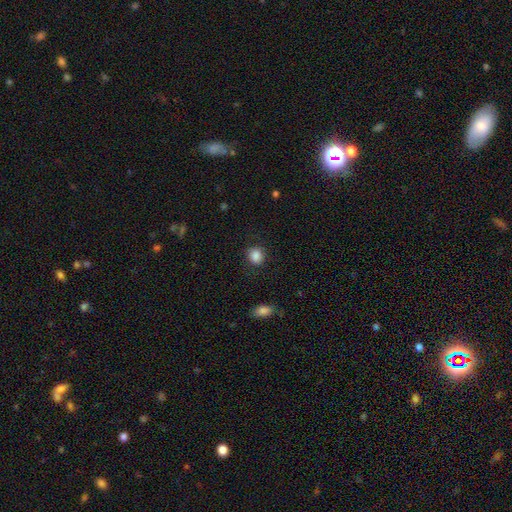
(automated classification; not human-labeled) smooth 87%, star or artifact 9%, featured or disk 4%. Down the decision tree: how rounded — round (67%); merging — none (83%).